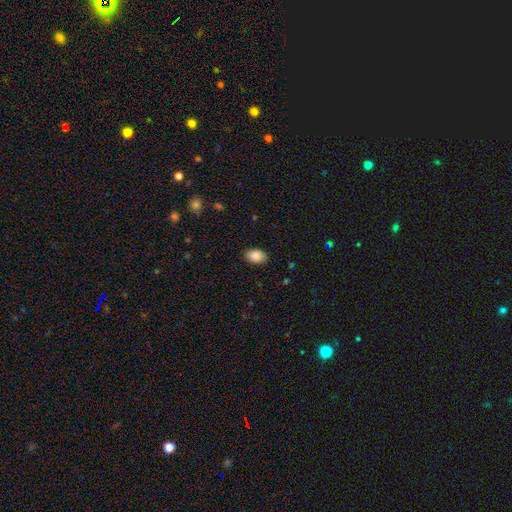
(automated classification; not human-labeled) This is clearly a smooth galaxy (88%). How rounded: clearly in between (85%). Merging: clearly none (86%).